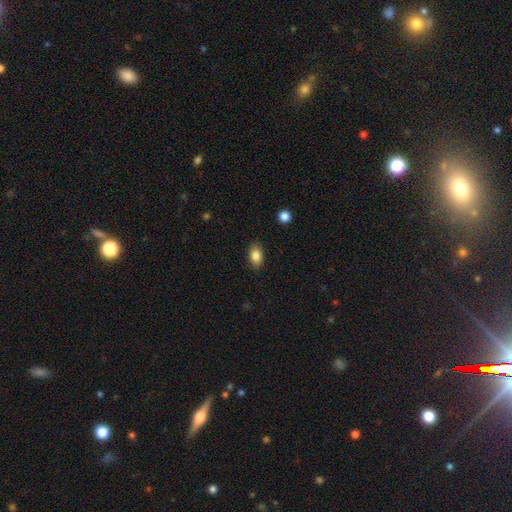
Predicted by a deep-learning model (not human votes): This appears to be a smooth galaxy with no disk features (85%) that is in between round and cigar-shaped (87%). Merging: none (85%).